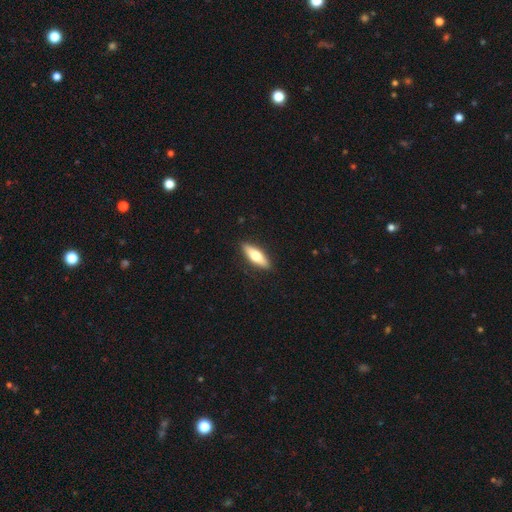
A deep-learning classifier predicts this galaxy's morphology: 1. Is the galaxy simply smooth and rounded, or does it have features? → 59% smooth, 36% featured or disk, 5% star or artifact.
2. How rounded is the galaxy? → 50% cigar-shaped, 48% in between, 2% round.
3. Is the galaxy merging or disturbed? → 90% none, 7% minor disturbance, 2% major disturbance, 1% merger.